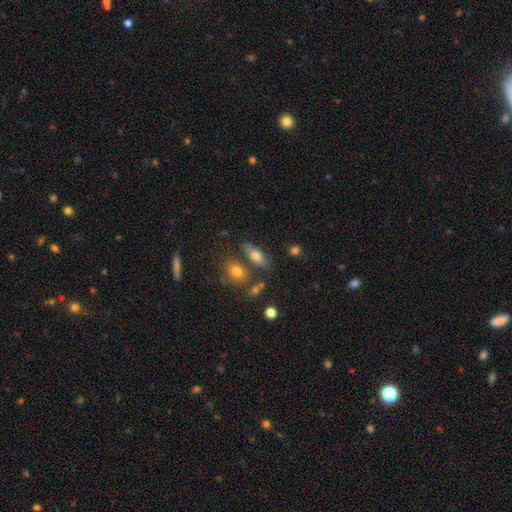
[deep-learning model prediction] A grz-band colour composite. It shows a smooth galaxy with no disk features (73%) that is in between round and cigar-shaped (78%). Merging: none (66%).